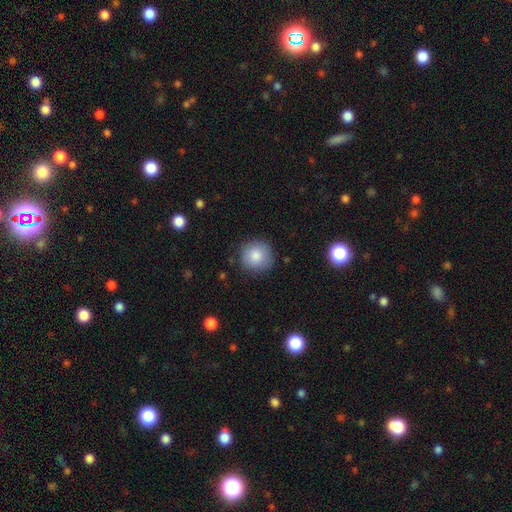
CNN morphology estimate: smooth 84%, star or artifact 8%, featured or disk 8%. Down the decision tree: how rounded — round (94%); merging — none (85%).